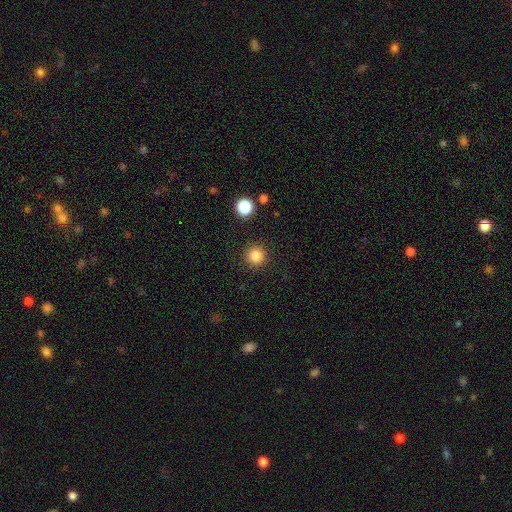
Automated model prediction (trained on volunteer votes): smooth-or-featured: smooth: 84% | star or artifact: 12% | featured or disk: 4%
  how-rounded: round: 95% | in between: 4% | cigar-shaped: 1%
  merging: none: 91% | minor disturbance: 5% | major disturbance: 2% | merger: 2%